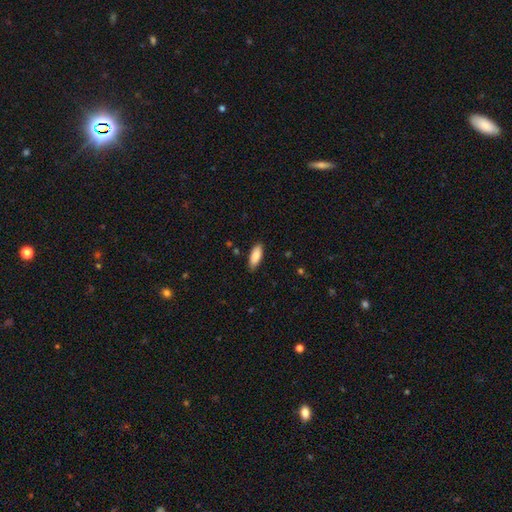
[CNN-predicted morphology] The model was most divided on "how rounded": in between: 78%, cigar-shaped: 20%, round: 2%. More confident: smooth or featured — smooth (88%); merging — none (87%).